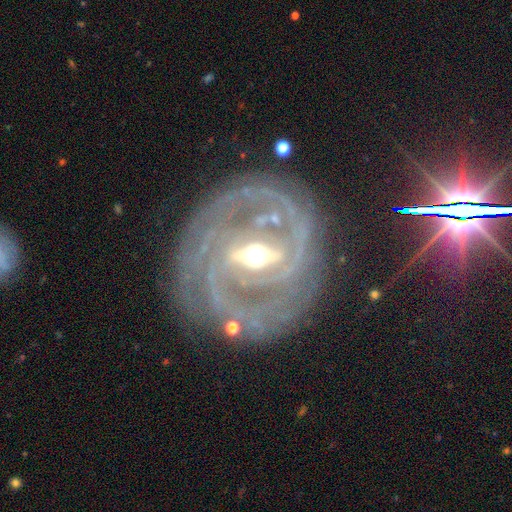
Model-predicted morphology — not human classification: Smooth or featured?
  - featured or disk: 90% *
  - star or artifact: 5%
  - smooth: 4%
Edge-on disk?
  - no: 95% *
  - yes: 5%
Bar?
  - strong: 60% *
  - weak: 31%
  - no: 9%
Spiral arms?
  - yes: 95% *
  - no: 5%
Spiral winding?
  - tight: 71% *
  - medium: 24%
  - loose: 6%
Spiral arm count?
  - 2: 35% *
  - can't tell: 20%
  - 3: 20%
  - 4: 11%
  - more than 4: 7%
  - 1: 6%
Bulge size?
  - moderate: 65% *
  - small: 26%
  - large: 6%
  - dominant: 1%
  - none: 1%
Merging?
  - none: 78% *
  - minor disturbance: 14%
  - major disturbance: 6%
  - merger: 2%